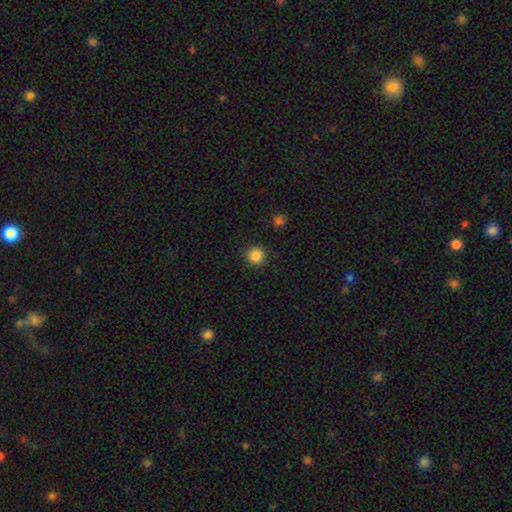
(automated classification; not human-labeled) Overall: smooth (86%). How rounded: round (95%). Merging: none (92%).